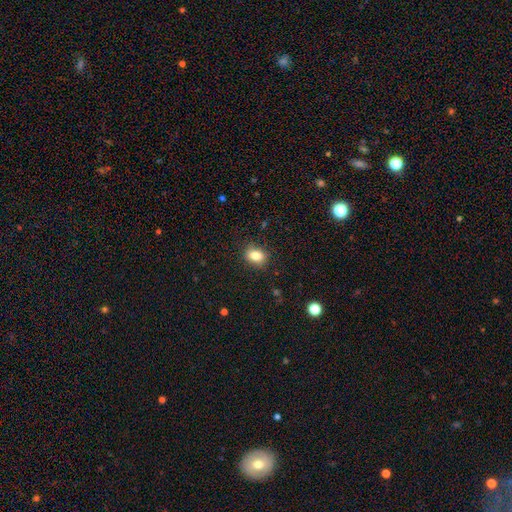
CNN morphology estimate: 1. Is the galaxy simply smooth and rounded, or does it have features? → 82% smooth, 10% star or artifact, 8% featured or disk.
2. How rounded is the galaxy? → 63% in between, 35% round, 2% cigar-shaped.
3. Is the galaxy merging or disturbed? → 85% none, 11% minor disturbance, 3% major disturbance, 1% merger.